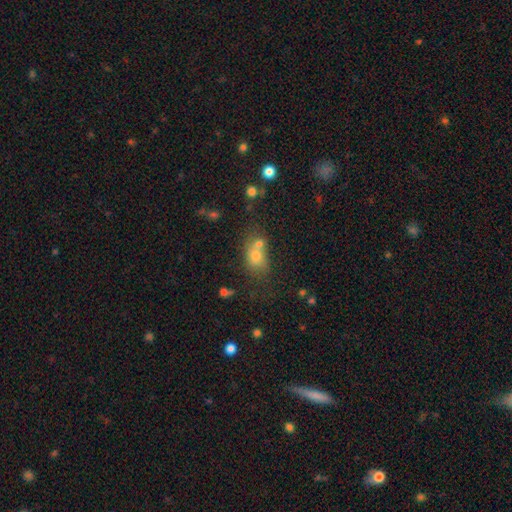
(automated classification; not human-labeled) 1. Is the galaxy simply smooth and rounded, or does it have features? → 67% smooth, 17% star or artifact, 16% featured or disk.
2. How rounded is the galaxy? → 54% in between, 44% round, 3% cigar-shaped.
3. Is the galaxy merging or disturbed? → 43% merger, 40% none, 12% minor disturbance, 6% major disturbance.